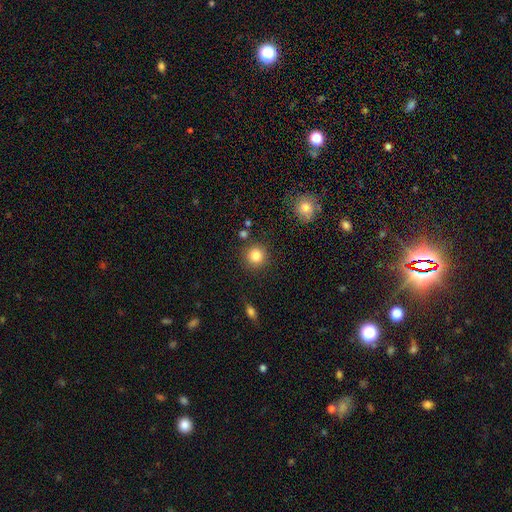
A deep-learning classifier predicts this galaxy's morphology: This appears to be a smooth galaxy with no disk features (84%) that is round (92%). Merging: none (87%).